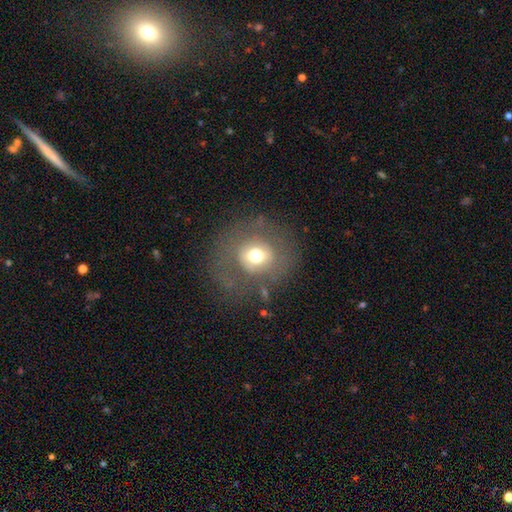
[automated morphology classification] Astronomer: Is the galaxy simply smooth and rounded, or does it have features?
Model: smooth — 59%.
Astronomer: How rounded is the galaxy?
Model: round — 79%.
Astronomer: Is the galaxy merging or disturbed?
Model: none — 61%.